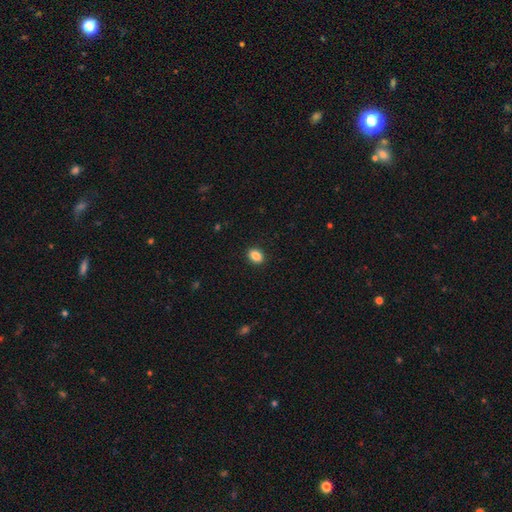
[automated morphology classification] type=smooth (87%); roundness=in between (70%); merging=none (91%).